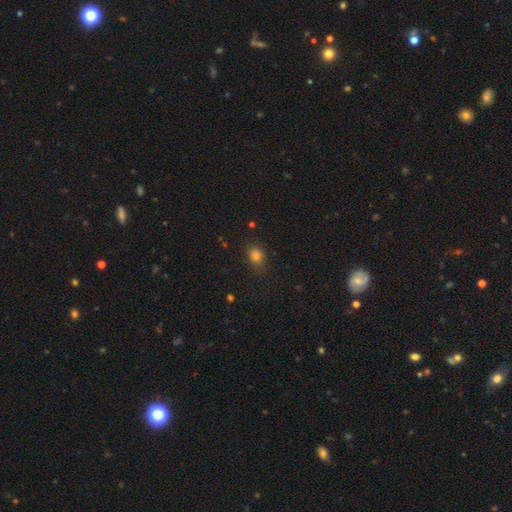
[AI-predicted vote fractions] smooth-or-featured: smooth: 79% | star or artifact: 16% | featured or disk: 5%
  how-rounded: round: 59% | in between: 39% | cigar-shaped: 1%
  merging: none: 76% | minor disturbance: 17% | major disturbance: 5% | merger: 2%